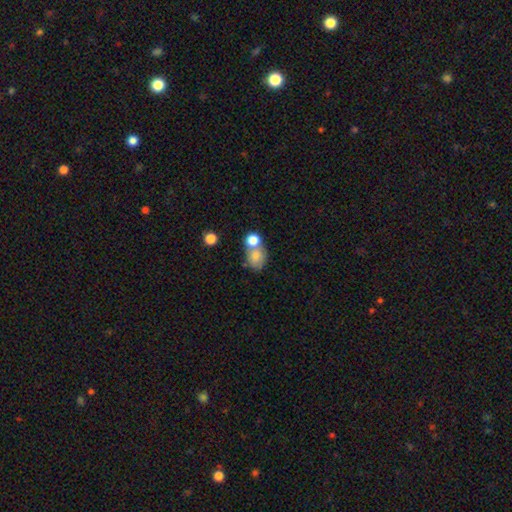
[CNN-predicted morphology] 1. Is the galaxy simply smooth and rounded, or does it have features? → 76% smooth, 14% featured or disk, 10% star or artifact.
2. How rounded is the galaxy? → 57% in between, 42% round, 1% cigar-shaped.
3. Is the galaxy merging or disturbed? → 44% merger, 38% none, 12% minor disturbance, 6% major disturbance.